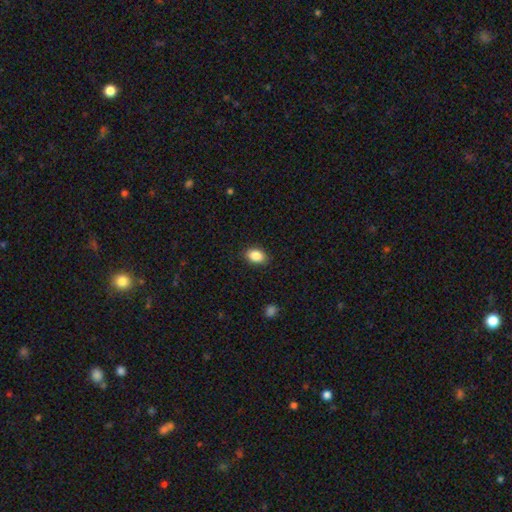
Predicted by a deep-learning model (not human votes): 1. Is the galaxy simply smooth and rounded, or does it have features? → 87% smooth, 8% star or artifact, 5% featured or disk.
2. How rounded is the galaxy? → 83% in between, 16% round, 1% cigar-shaped.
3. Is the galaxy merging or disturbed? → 87% none, 9% minor disturbance, 2% major disturbance, 1% merger.